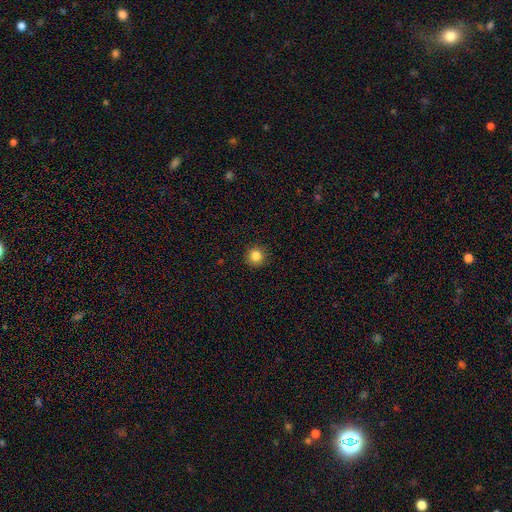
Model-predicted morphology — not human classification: The model was most divided on "smooth or featured": smooth: 84%, star or artifact: 11%, featured or disk: 5%. More confident: how rounded — round (95%); merging — none (91%).